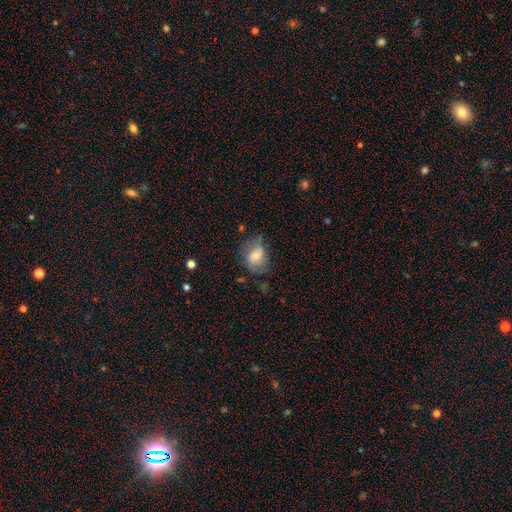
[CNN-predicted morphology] The model was most divided on "merging": none: 50%, minor disturbance: 31%, major disturbance: 17%, merger: 2%. More confident: smooth or featured — smooth (64%); how rounded — in between (62%).